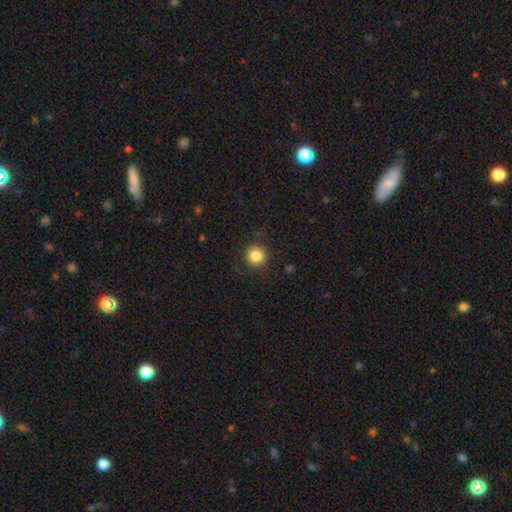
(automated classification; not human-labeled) smooth_or_featured: smooth (p=0.85) [alt: star or artifact p=0.10]
how_rounded: round (p=0.95) [alt: in between p=0.05]
merging: none (p=0.89) [alt: minor disturbance p=0.07]